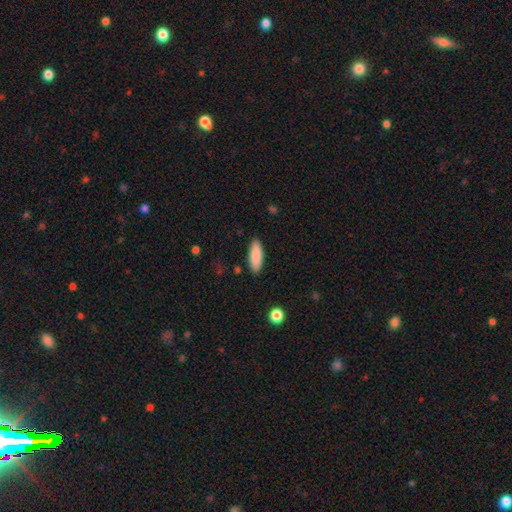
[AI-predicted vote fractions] A smooth galaxy with no disk features (88%) that is in between round and cigar-shaped (63%).

Vote fractions:
- Smooth or featured? smooth: 88% / featured or disk: 6% / star or artifact: 6%
- How rounded? in between: 63% / cigar-shaped: 36% / round: 2%
- Merging? none: 87% / minor disturbance: 9% / major disturbance: 2% / merger: 1%